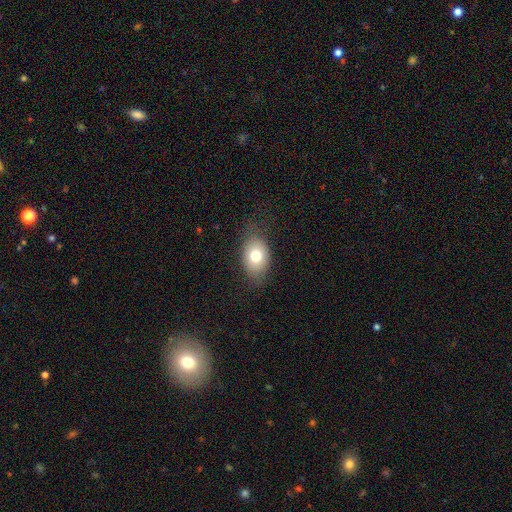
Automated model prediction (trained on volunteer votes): A smooth galaxy with no disk features (73%) that is in between round and cigar-shaped (75%).

Vote fractions:
- Smooth or featured? smooth: 73% / featured or disk: 17% / star or artifact: 10%
- How rounded? in between: 75% / round: 23% / cigar-shaped: 1%
- Merging? none: 73% / minor disturbance: 19% / major disturbance: 6% / merger: 1%